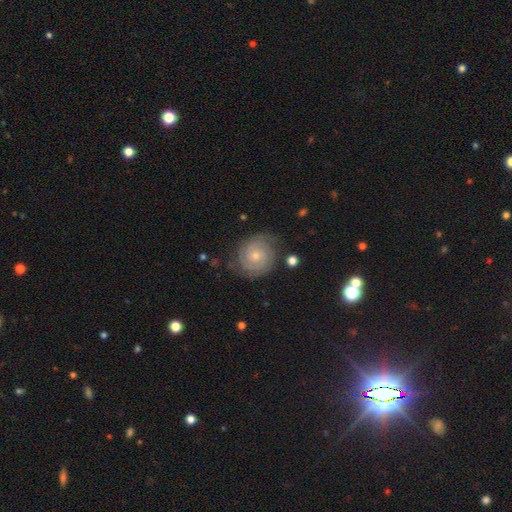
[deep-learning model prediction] A featured or disk galaxy (79%) with no bar (76%), 2 (57%) tight (80%) spiral arms (96%) and a small central bulge (68%). Merging: none (78%).